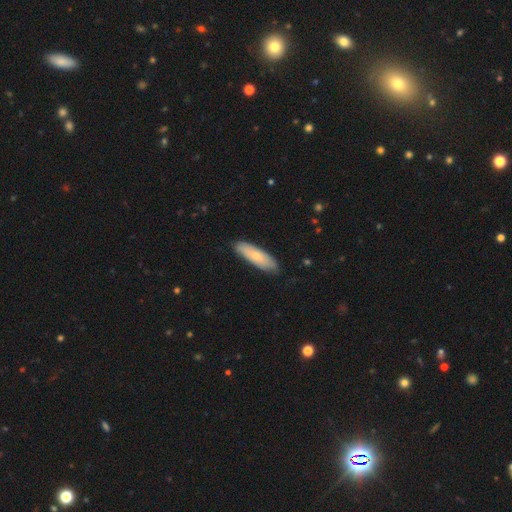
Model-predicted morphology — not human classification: Overall: smooth (66%; featured or disk 28%). How rounded: cigar-shaped (52%; in between 47%). Merging: none (84%).